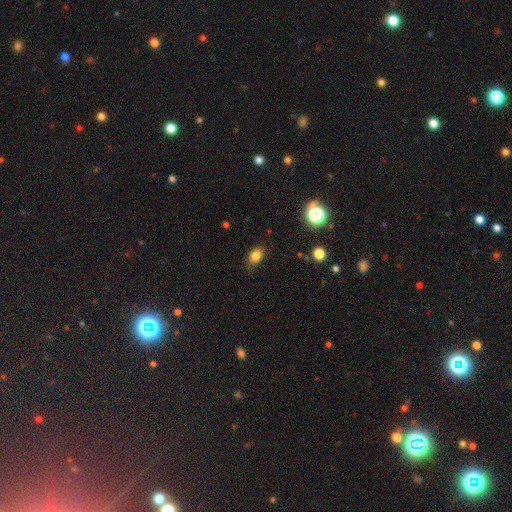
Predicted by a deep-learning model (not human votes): A smooth galaxy with no disk features (81%) that is in between round and cigar-shaped (70%).

Vote fractions:
- Smooth or featured? smooth: 81% / star or artifact: 12% / featured or disk: 8%
- How rounded? in between: 70% / round: 29% / cigar-shaped: 2%
- Merging? none: 68% / minor disturbance: 24% / major disturbance: 6% / merger: 2%